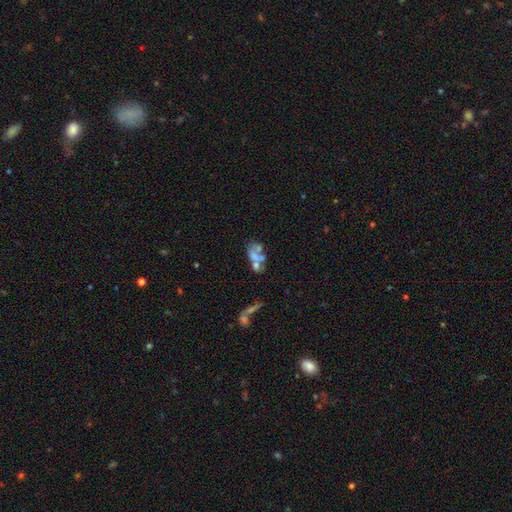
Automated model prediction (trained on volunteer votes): Morphology: type=featured or disk (46%); merging=merger (47%).